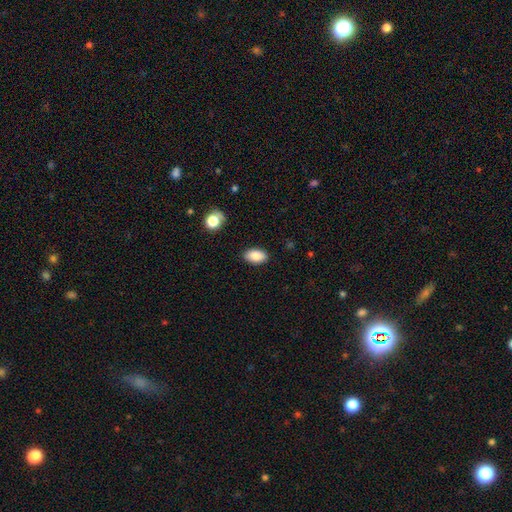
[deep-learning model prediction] Morphology: type=smooth (86%); roundness=in between (92%); merging=none (88%).